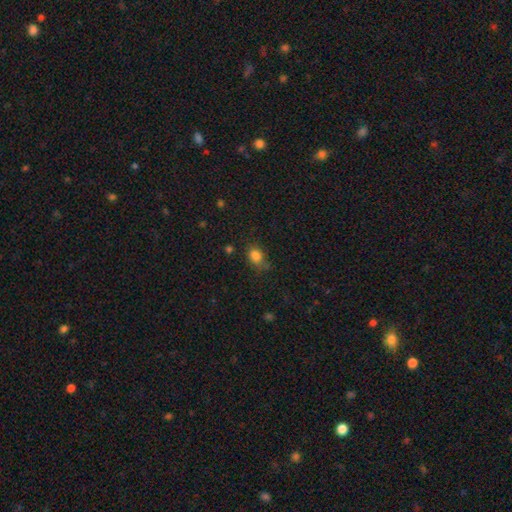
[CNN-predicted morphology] smooth 83%, star or artifact 12%, featured or disk 5%. Down the decision tree: how rounded — in between (63%); merging — none (57%).